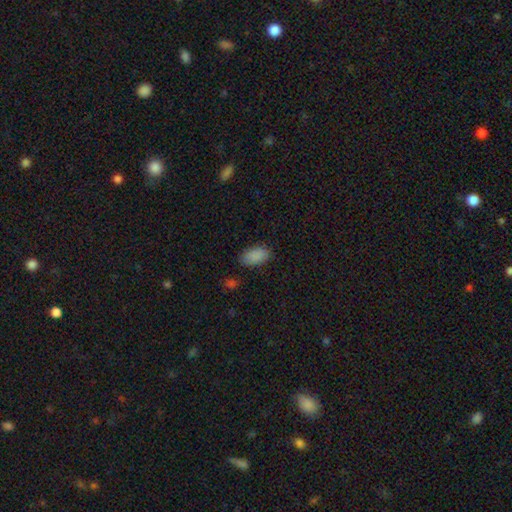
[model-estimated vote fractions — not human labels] Smooth or featured: smooth — 88% (star or artifact — 8%)
How rounded: in between — 94% (round — 4%)
Merging: none — 84% (minor disturbance — 12%)